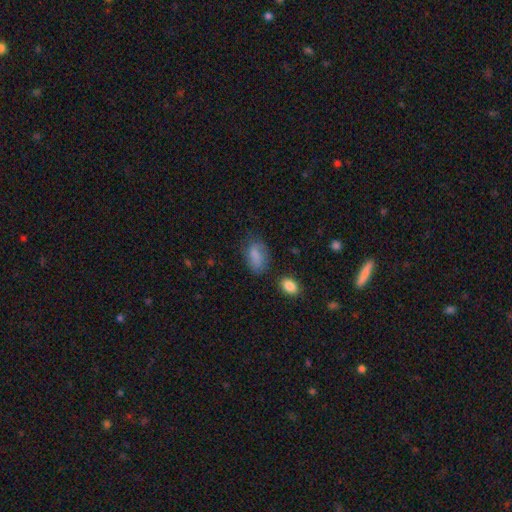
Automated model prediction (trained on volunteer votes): Smooth or featured?
  - smooth: 76% *
  - featured or disk: 15%
  - star or artifact: 9%
How rounded?
  - in between: 89% *
  - round: 8%
  - cigar-shaped: 3%
Merging?
  - none: 61% *
  - minor disturbance: 25%
  - major disturbance: 10%
  - merger: 4%